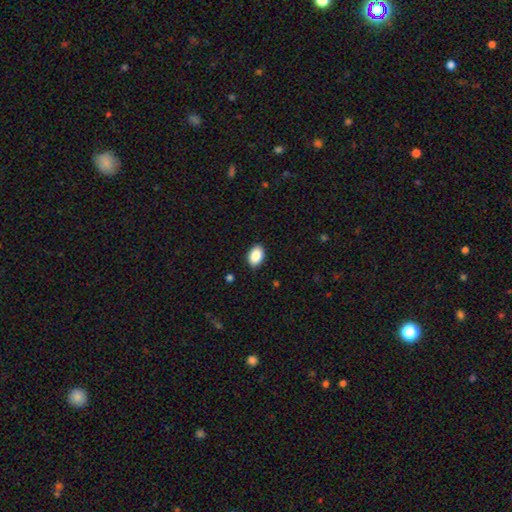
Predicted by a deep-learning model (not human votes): Smooth or featured? smooth (89%)
How rounded? in between (88%)
Merging? none (89%)